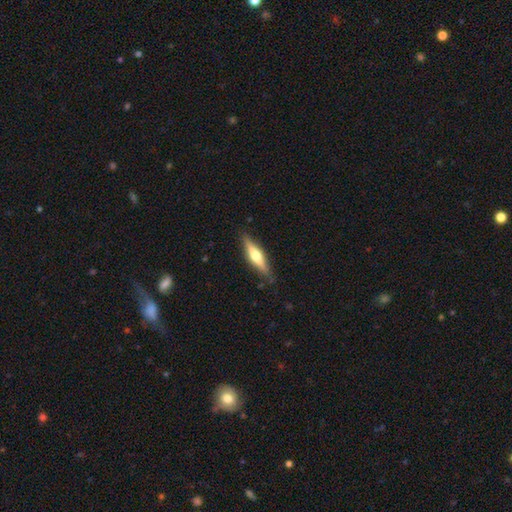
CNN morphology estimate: featured or disk 62%, smooth 33%, star or artifact 6%. Down the decision tree: edge-on disk — yes (96%); edge-on bulge — rounded (91%); merging — none (87%).